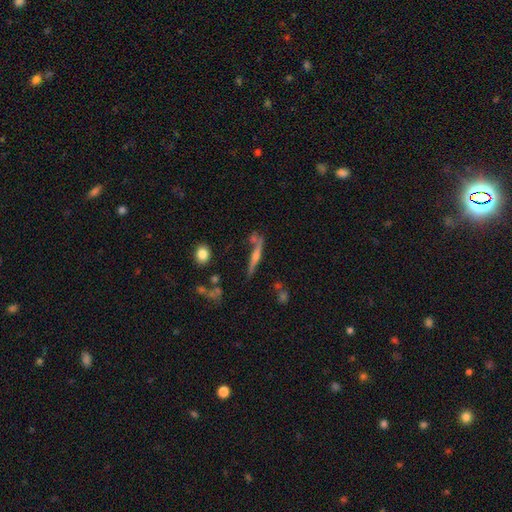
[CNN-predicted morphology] Smooth or featured? featured or disk (66%)
Edge-on disk? yes (94%)
Edge-on bulge? rounded (86%)
Merging? none (65%)